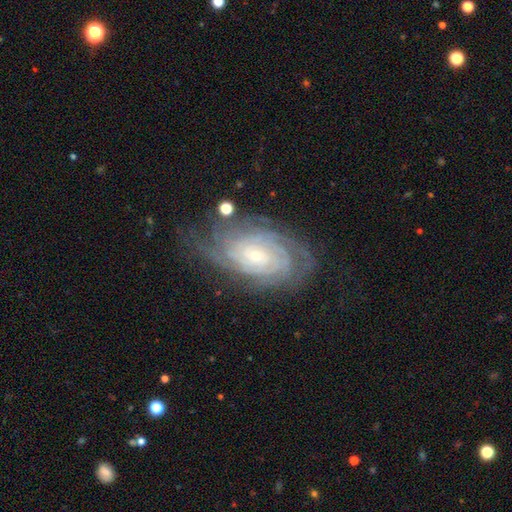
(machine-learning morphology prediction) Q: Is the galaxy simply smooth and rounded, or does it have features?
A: featured or disk — 87%.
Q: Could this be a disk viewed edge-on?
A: no — 96%.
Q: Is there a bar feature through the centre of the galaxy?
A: no — 69%.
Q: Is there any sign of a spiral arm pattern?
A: yes — 98%.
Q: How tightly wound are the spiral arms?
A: tight — 83%.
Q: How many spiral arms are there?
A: can't tell — 27%.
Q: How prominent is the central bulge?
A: small — 75%.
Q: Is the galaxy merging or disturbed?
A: none — 72%.